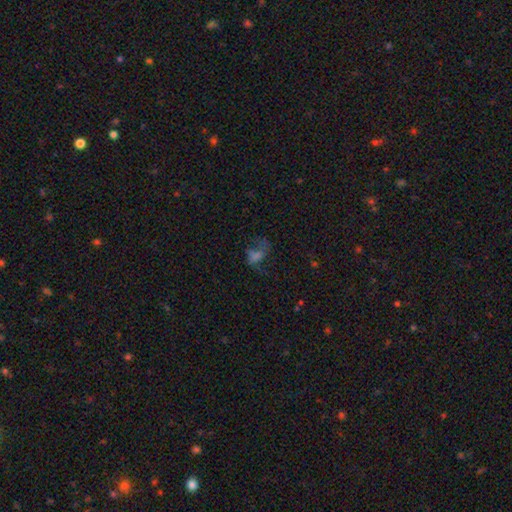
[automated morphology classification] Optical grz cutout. It shows a smooth galaxy with no disk features (38%). Merging: major disturbance (39%).